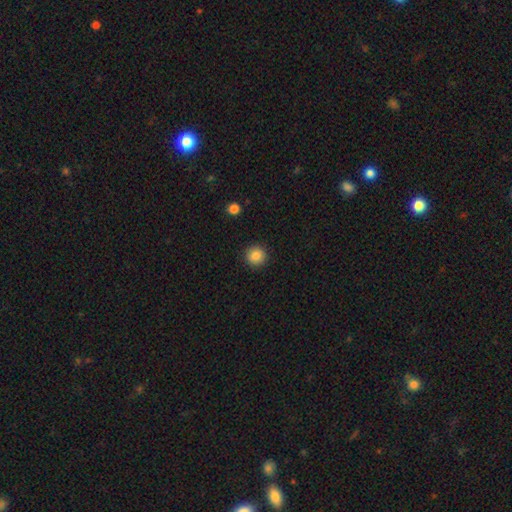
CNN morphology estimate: Smooth or featured? Predicted: smooth (p=0.86). How rounded? Predicted: round (p=0.94). Merging? Predicted: none (p=0.92).